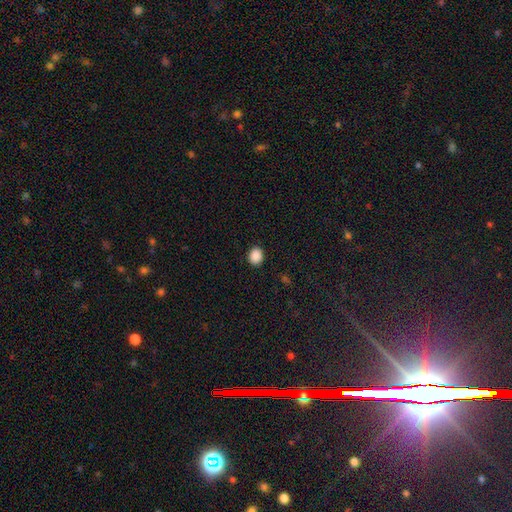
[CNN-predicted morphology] Smooth or featured? smooth (89%)
How rounded? round (68%)
Merging? none (91%)